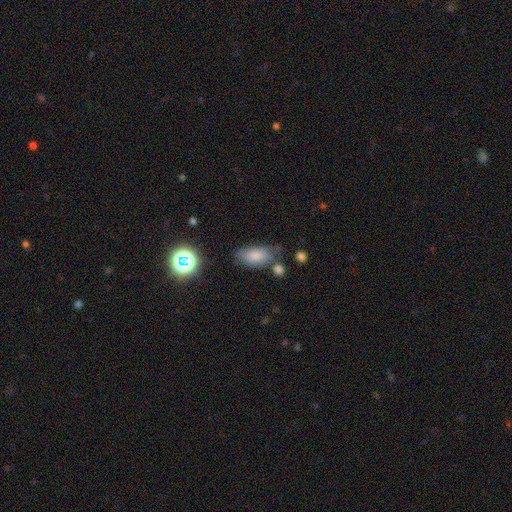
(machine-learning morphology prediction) Smooth or featured: smooth — 78% (featured or disk — 12%)
How rounded: in between — 91% (cigar-shaped — 5%)
Merging: none — 57% (minor disturbance — 26%)